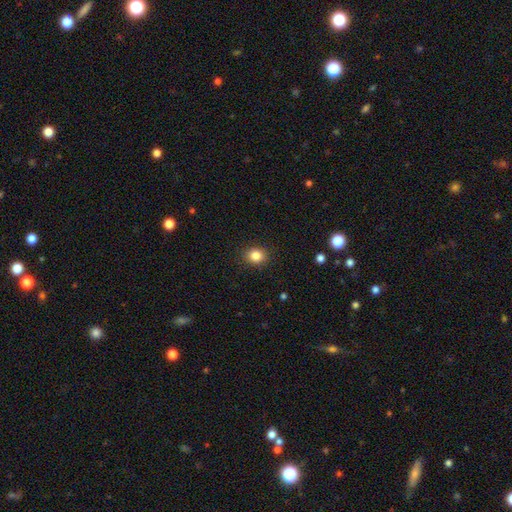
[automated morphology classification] smooth-or-featured: smooth: 84% | star or artifact: 11% | featured or disk: 5%
  how-rounded: round: 69% | in between: 30% | cigar-shaped: 1%
  merging: none: 90% | minor disturbance: 7% | major disturbance: 2% | merger: 1%